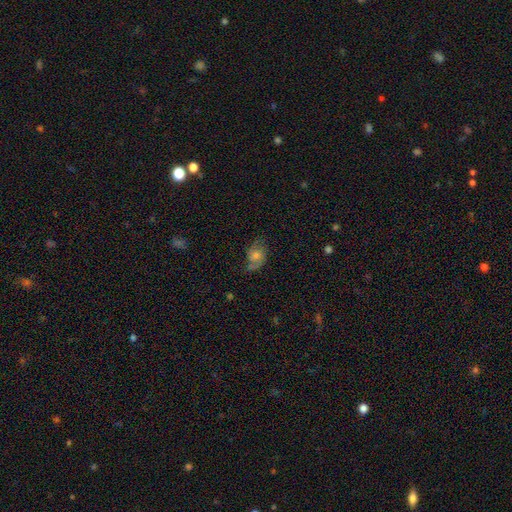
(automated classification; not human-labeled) This appears to be a featured or disk galaxy (54%) with no bar (72%), spiral arms (82%) and a moderate central bulge (55%). Merging: none (60%).